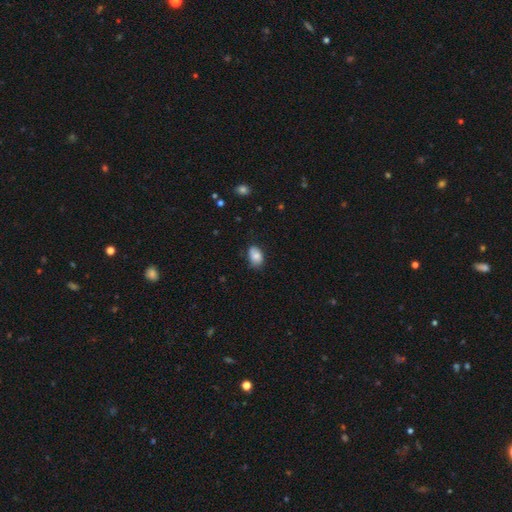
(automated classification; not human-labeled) smooth 82%, featured or disk 10%, star or artifact 8%. Down the decision tree: how rounded — in between (86%); merging — none (67%).